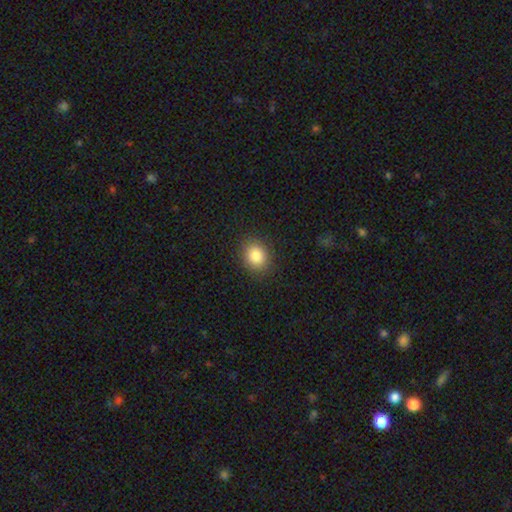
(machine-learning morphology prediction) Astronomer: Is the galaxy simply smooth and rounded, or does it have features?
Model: smooth — 85%.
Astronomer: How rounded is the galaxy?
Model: round — 53% (runner-up: in between, 46%).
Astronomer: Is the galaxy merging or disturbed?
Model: none — 88%.